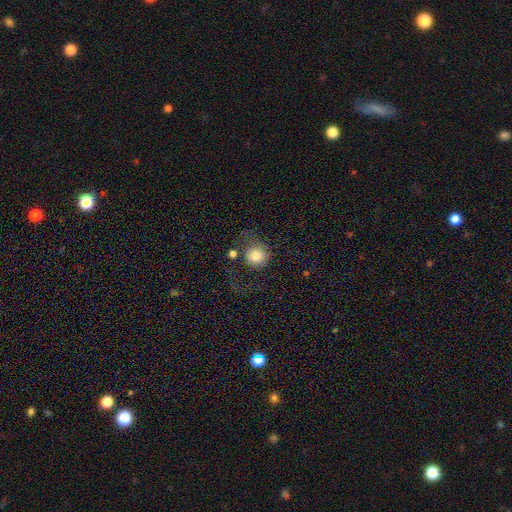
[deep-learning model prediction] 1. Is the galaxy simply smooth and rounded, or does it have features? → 79% smooth, 12% featured or disk, 9% star or artifact.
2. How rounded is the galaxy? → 89% round, 10% in between, 1% cigar-shaped.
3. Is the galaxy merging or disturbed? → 47% none, 27% major disturbance, 18% minor disturbance, 9% merger.